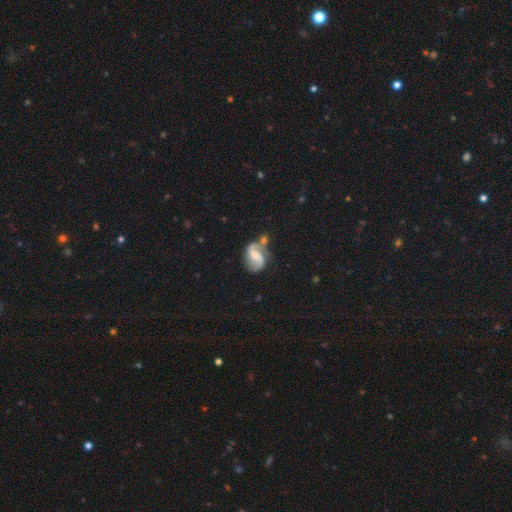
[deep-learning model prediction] smooth_or_featured: featured or disk (p=0.77) [alt: smooth p=0.16]
disk_edge_on: no (p=0.98) [alt: yes p=0.02]
bar: weak (p=0.46) [alt: no p=0.33]
has_spiral_arms: yes (p=0.94) [alt: no p=0.06]
spiral_winding: loose (p=0.44) [alt: medium p=0.43]
spiral_arm_count: 2 (p=0.89) [alt: 1 p=0.04]
bulge_size: none (p=0.31) [alt: moderate p=0.28]
merging: none (p=0.49) [alt: merger p=0.22]